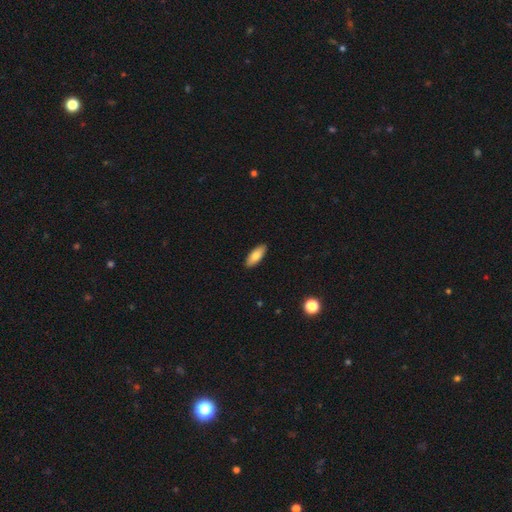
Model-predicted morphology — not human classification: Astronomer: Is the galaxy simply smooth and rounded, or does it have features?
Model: smooth — 82%.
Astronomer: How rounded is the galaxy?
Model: in between — 76%.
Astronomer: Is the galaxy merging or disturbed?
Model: none — 90%.